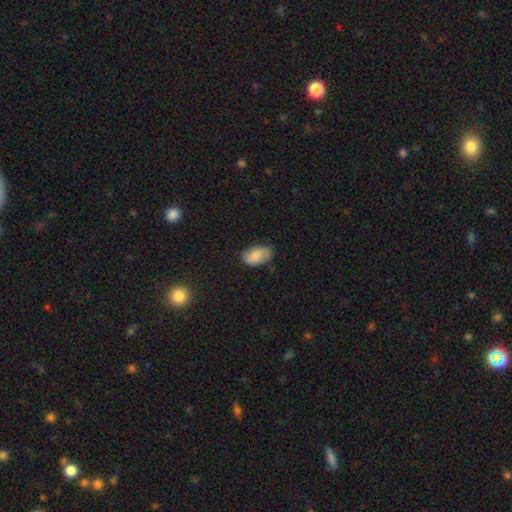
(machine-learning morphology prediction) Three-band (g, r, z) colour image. It shows a smooth galaxy with no disk features (80%) that is in between round and cigar-shaped (93%). Merging: none (72%).